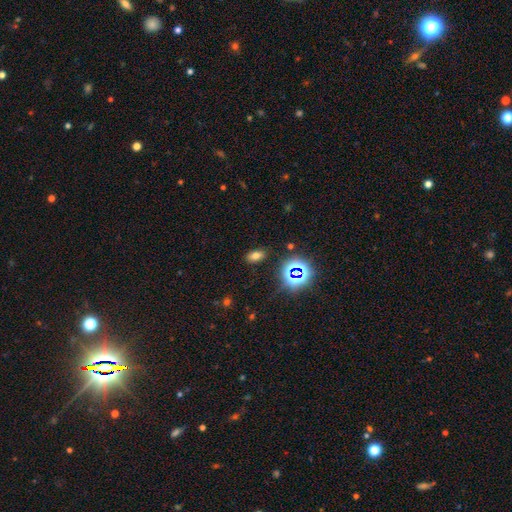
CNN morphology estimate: Smooth or featured: smooth — 64% (star or artifact — 25%)
How rounded: in between — 86% (round — 10%)
Merging: none — 86% (minor disturbance — 9%)